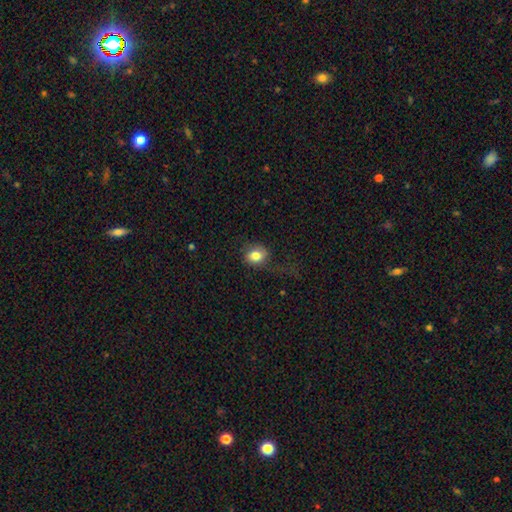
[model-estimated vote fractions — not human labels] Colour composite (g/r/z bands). It shows a smooth galaxy with no disk features (80%) that is round (58%). Merging: none (59%).